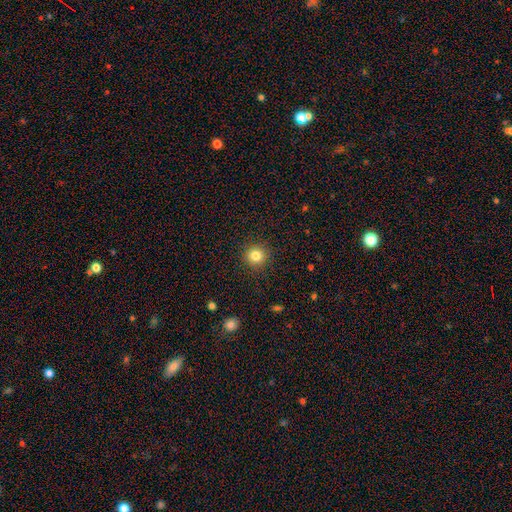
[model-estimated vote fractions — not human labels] This is clearly a smooth galaxy (82%). How rounded: clearly round (94%). Merging: clearly none (91%).